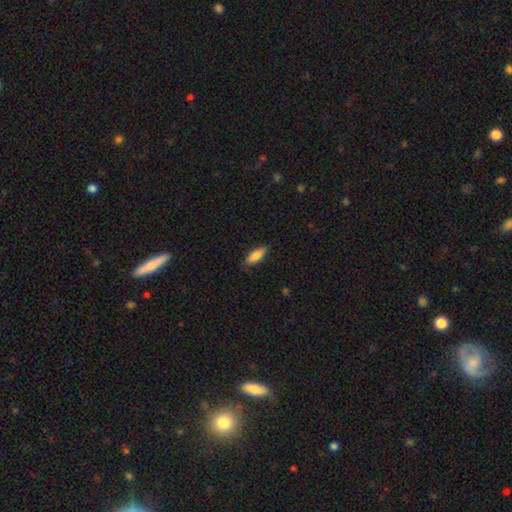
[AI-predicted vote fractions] This appears to be a smooth galaxy with no disk features (84%) that is in between round and cigar-shaped (71%). Merging: none (80%).